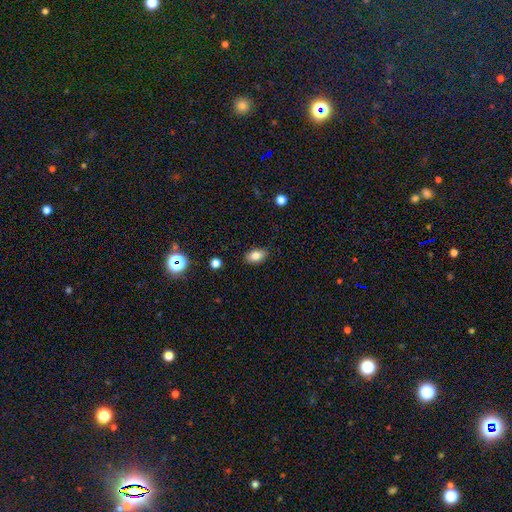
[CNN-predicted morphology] smooth 81%, featured or disk 9%, star or artifact 9%. Down the decision tree: how rounded — in between (89%); merging — none (86%).